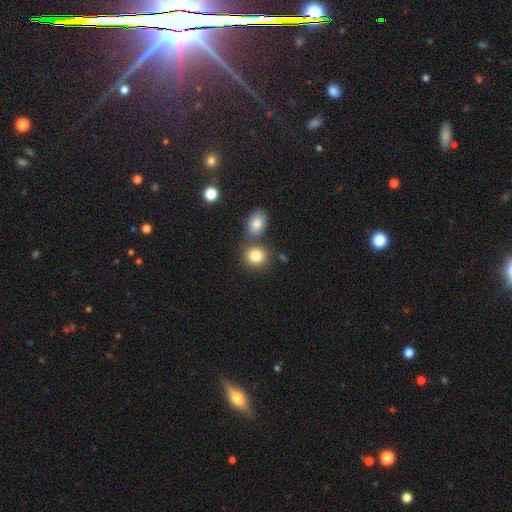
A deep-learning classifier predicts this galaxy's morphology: Overall: smooth (82%). How rounded: round (74%). Merging: none (61%; merger 26%).